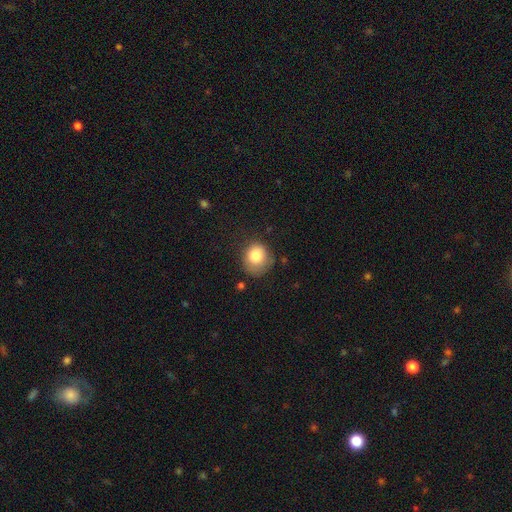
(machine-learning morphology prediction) Smooth or featured? smooth (81%)
How rounded? round (77%)
Merging? none (59%)